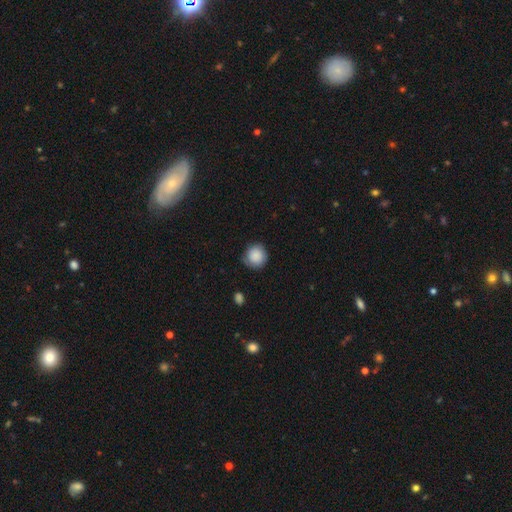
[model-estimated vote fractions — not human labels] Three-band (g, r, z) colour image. It shows a smooth galaxy with no disk features (88%) that is round (92%). Merging: none (79%).